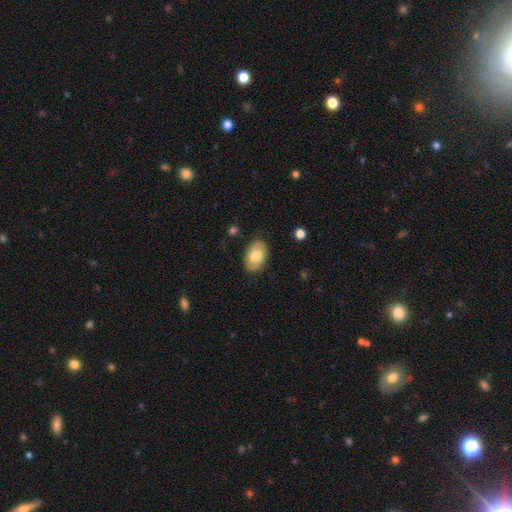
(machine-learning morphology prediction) A smooth galaxy with no disk features (72%) that is in between round and cigar-shaped (91%).

Vote fractions:
- Smooth or featured? smooth: 72% / featured or disk: 22% / star or artifact: 6%
- How rounded? in between: 91% / round: 8% / cigar-shaped: 1%
- Merging? none: 82% / minor disturbance: 14% / major disturbance: 3% / merger: 1%